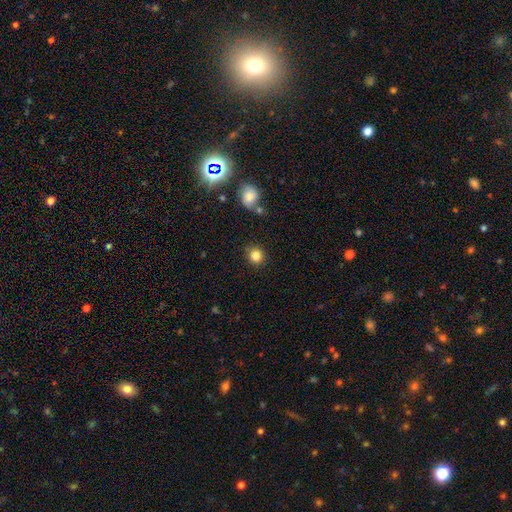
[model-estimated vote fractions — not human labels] smooth_or_featured: smooth (p=0.84) [alt: star or artifact p=0.10]
how_rounded: round (p=0.88) [alt: in between p=0.11]
merging: none (p=0.86) [alt: minor disturbance p=0.09]